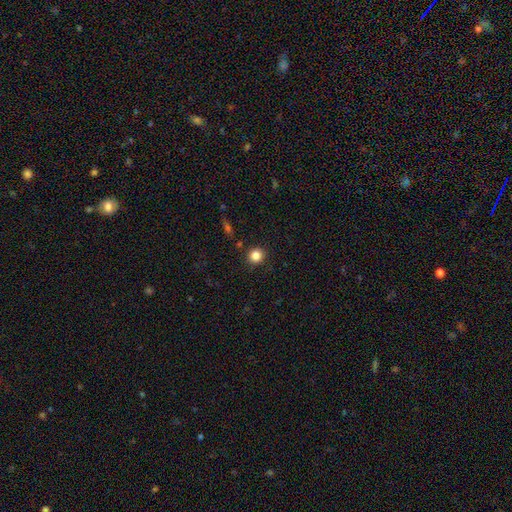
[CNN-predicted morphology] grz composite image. It shows a smooth galaxy with no disk features (84%) that is round (91%). Merging: none (90%).